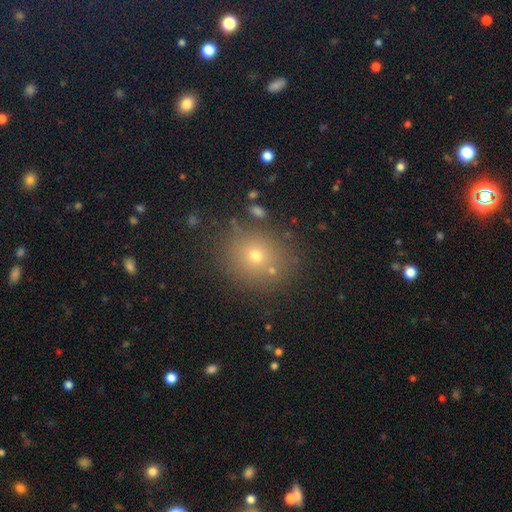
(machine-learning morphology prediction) type=smooth (66%); roundness=round (80%); merging=none (82%).